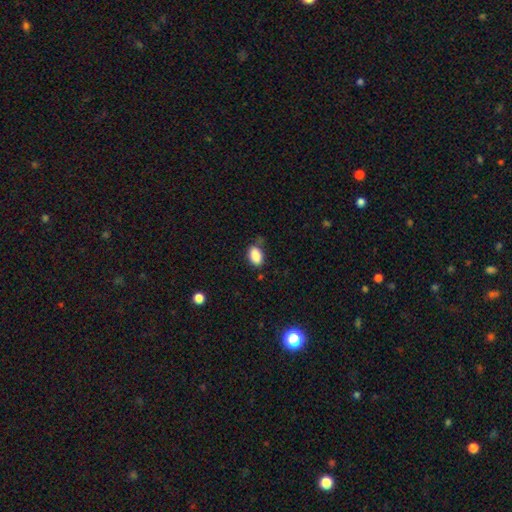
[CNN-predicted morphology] type=smooth (87%); roundness=in between (90%); merging=none (70%).